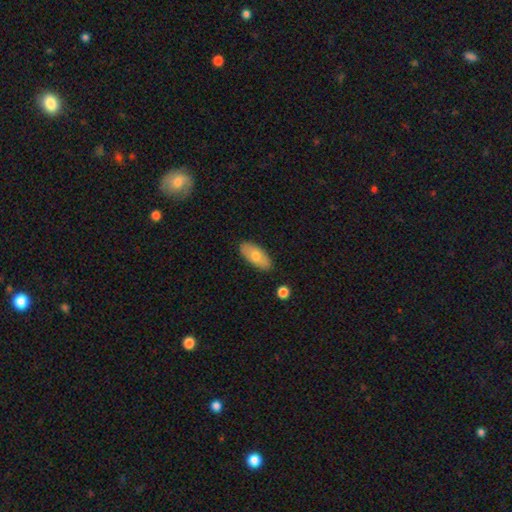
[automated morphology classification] Smooth or featured: smooth — 70% (featured or disk — 23%)
How rounded: in between — 88% (cigar-shaped — 10%)
Merging: none — 85% (minor disturbance — 11%)